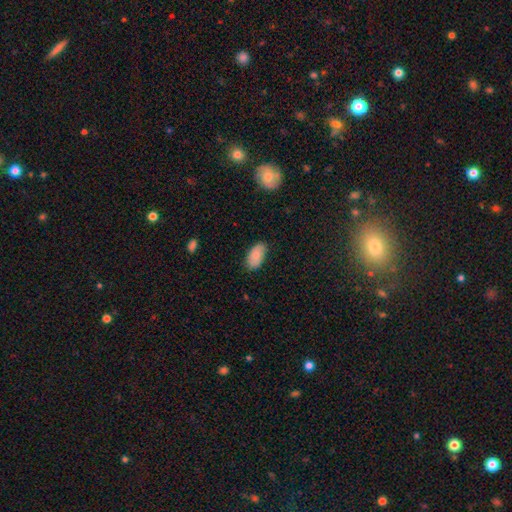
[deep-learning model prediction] Smooth or featured?
  - smooth: 85% *
  - featured or disk: 8%
  - star or artifact: 7%
How rounded?
  - in between: 94% *
  - round: 3%
  - cigar-shaped: 3%
Merging?
  - none: 79% *
  - minor disturbance: 17%
  - major disturbance: 3%
  - merger: 1%